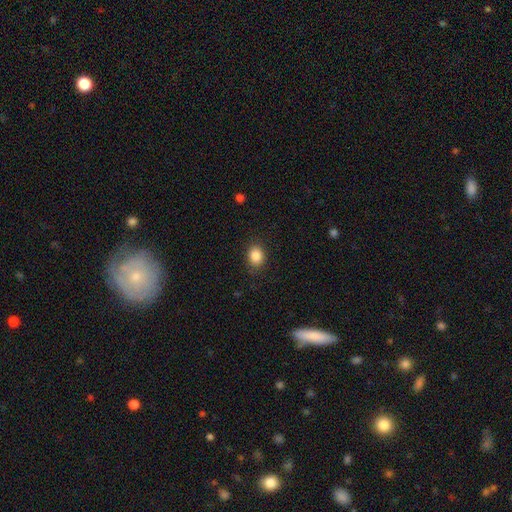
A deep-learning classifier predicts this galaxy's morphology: Smooth or featured: smooth — 86% (star or artifact — 9%)
How rounded: round — 53% (in between — 46%)
Merging: none — 85% (minor disturbance — 11%)